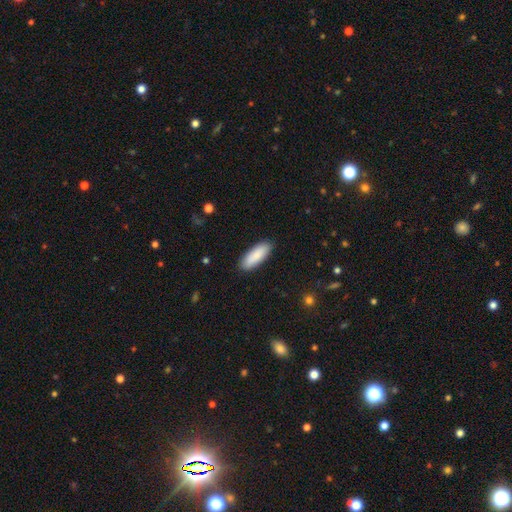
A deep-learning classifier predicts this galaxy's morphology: smooth 88%, featured or disk 6%, star or artifact 5%. Down the decision tree: how rounded — in between (68%); merging — none (88%).